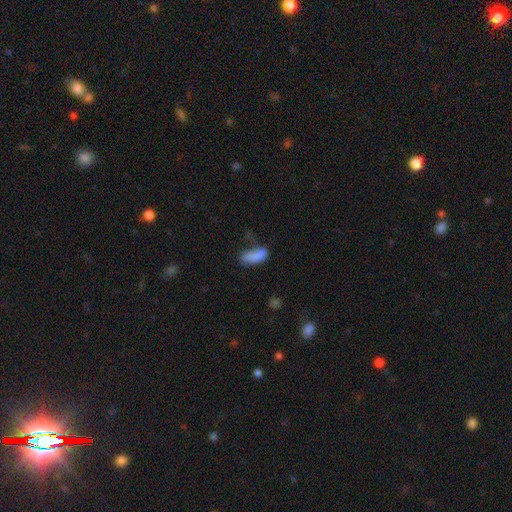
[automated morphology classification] A smooth galaxy with no disk features (82%) that is in between round and cigar-shaped (77%). Merging: none (40%).